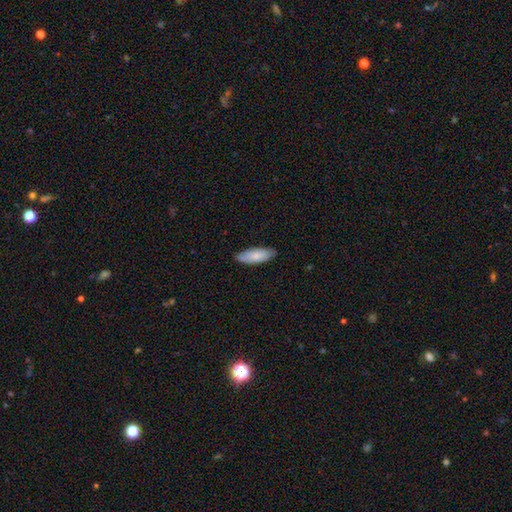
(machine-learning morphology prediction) type=smooth (76%); roundness=in between (71%); merging=none (83%).